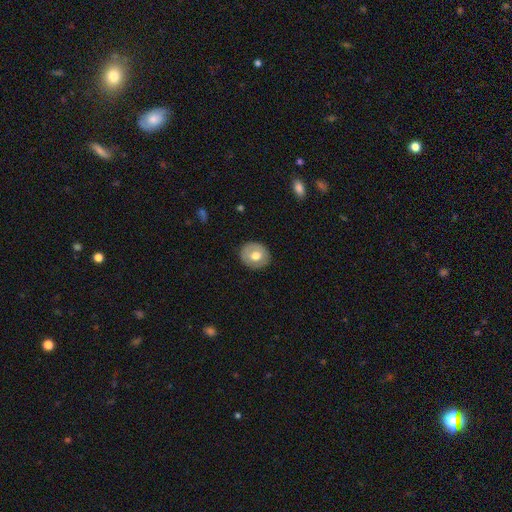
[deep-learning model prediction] A smooth galaxy with no disk features (61%) that is round (80%).

Vote fractions:
- Smooth or featured? smooth: 61% / featured or disk: 32% / star or artifact: 7%
- How rounded? round: 80% / in between: 19% / cigar-shaped: 1%
- Merging? none: 87% / minor disturbance: 9% / major disturbance: 3% / merger: 1%